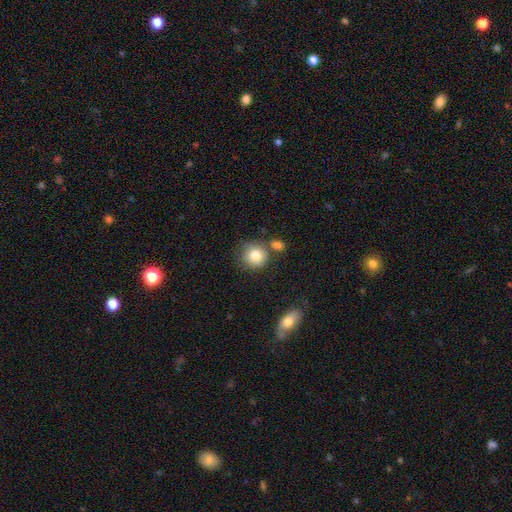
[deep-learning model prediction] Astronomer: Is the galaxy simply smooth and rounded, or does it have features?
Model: smooth — 82%.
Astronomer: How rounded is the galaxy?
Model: round — 87%.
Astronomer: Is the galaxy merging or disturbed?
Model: none — 64%.